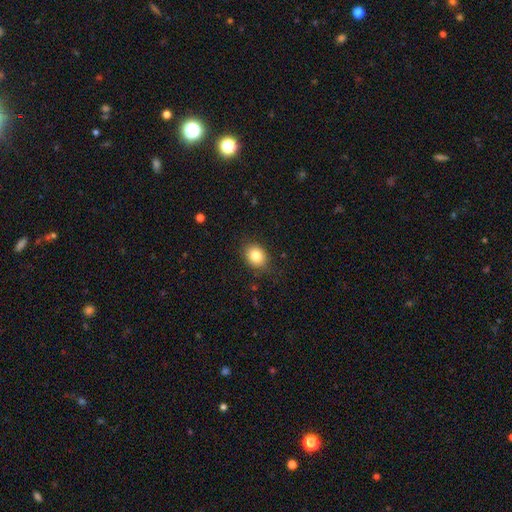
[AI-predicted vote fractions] smooth-or-featured: smooth: 83% | star or artifact: 9% | featured or disk: 8%
  how-rounded: round: 53% | in between: 47% | cigar-shaped: 1%
  merging: none: 83% | minor disturbance: 13% | major disturbance: 3% | merger: 1%